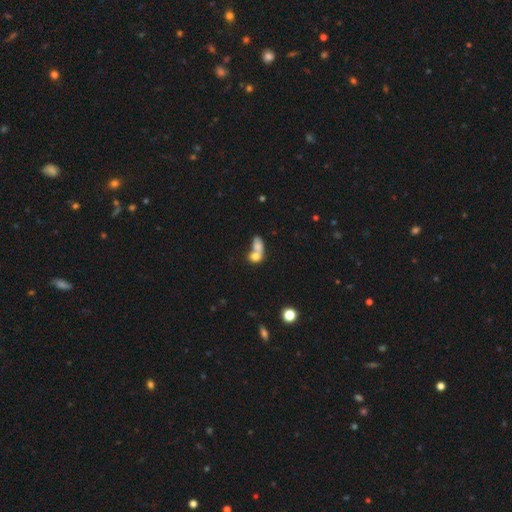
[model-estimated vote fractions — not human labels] Q: Smooth or featured?
A: smooth (74%); runner-up: featured or disk (17%)
Q: How rounded?
A: in between (64%); runner-up: round (32%)
Q: Merging?
A: merger (72%); runner-up: none (17%)